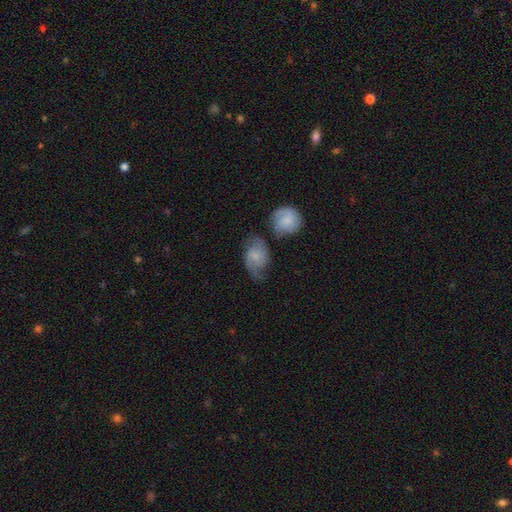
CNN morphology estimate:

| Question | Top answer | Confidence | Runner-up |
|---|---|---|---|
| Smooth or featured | featured or disk | 54% | smooth (38%) |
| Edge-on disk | no | 96% | yes (4%) |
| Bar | no | 63% | weak (33%) |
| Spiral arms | yes | 90% | no (10%) |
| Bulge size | small | 51% | moderate (26%) |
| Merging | none | 48% | minor disturbance (25%) |